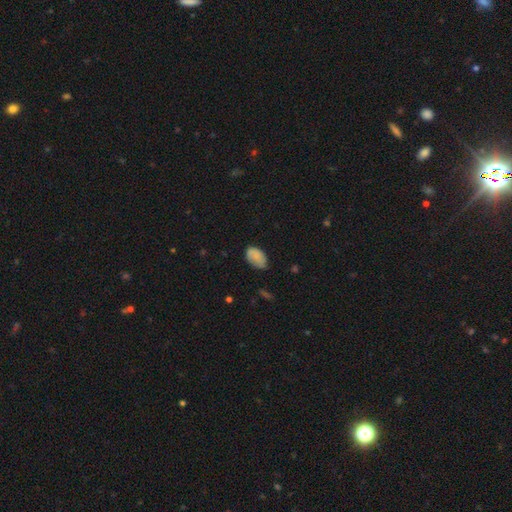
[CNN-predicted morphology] Smooth or featured?
  - smooth: 81% *
  - featured or disk: 11%
  - star or artifact: 8%
How rounded?
  - in between: 91% *
  - round: 8%
  - cigar-shaped: 1%
Merging?
  - none: 62% *
  - minor disturbance: 29%
  - major disturbance: 7%
  - merger: 2%